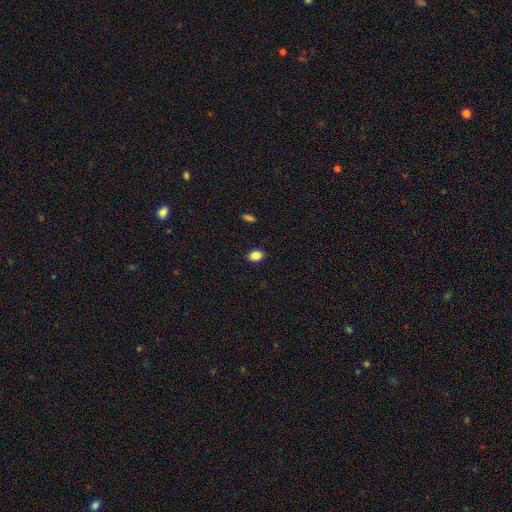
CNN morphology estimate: The model was most divided on "how rounded": in between: 64%, round: 34%, cigar-shaped: 1%. More confident: merging — none (88%); smooth or featured — smooth (86%).